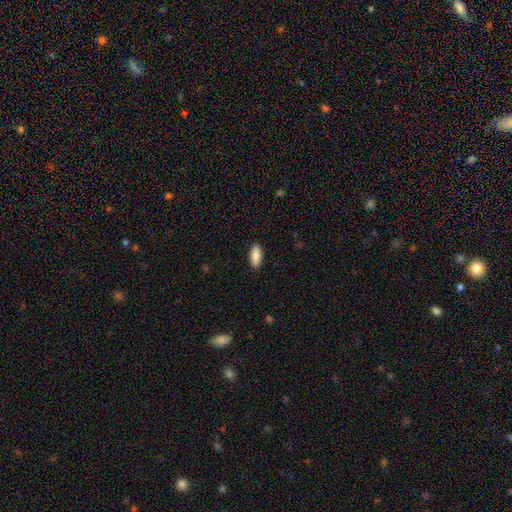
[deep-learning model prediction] Smooth or featured? smooth (87%)
How rounded? in between (86%)
Merging? none (90%)